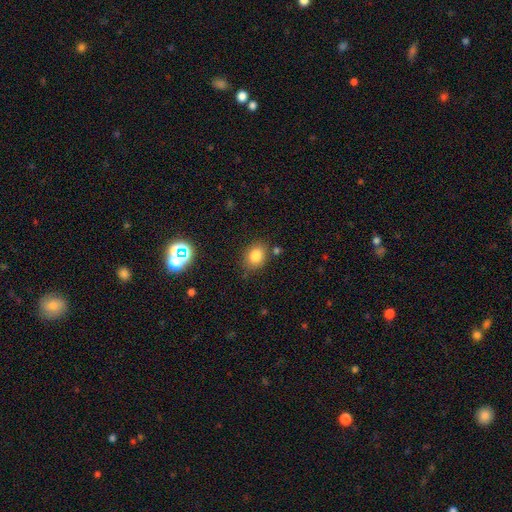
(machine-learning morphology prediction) Overall: smooth (81%). How rounded: in between (54%; round 45%). Merging: none (77%).